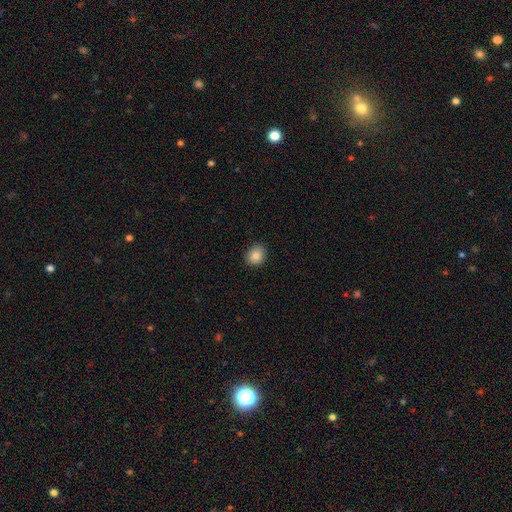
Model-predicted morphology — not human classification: type=smooth (87%); roundness=round (75%); merging=none (87%).